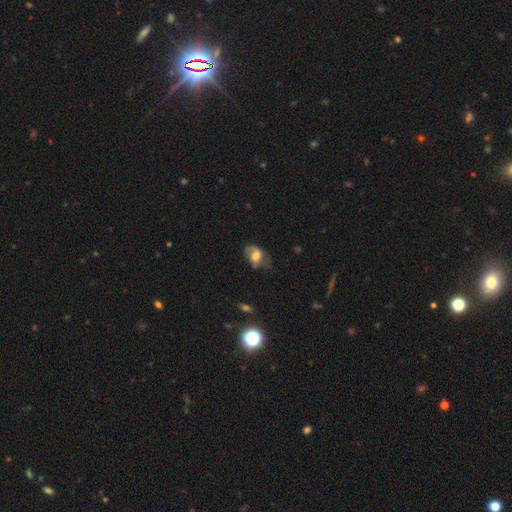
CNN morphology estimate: Q: Smooth or featured?
A: featured or disk (52%); runner-up: smooth (39%)
Q: Edge-on disk?
A: no (95%); runner-up: yes (5%)
Q: Merging?
A: none (47%); runner-up: minor disturbance (30%)